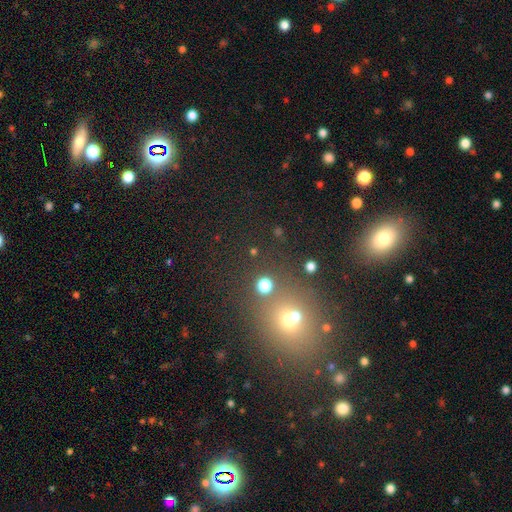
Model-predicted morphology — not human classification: Overall: smooth (47%; star or artifact 42%). Merging: none (72%).